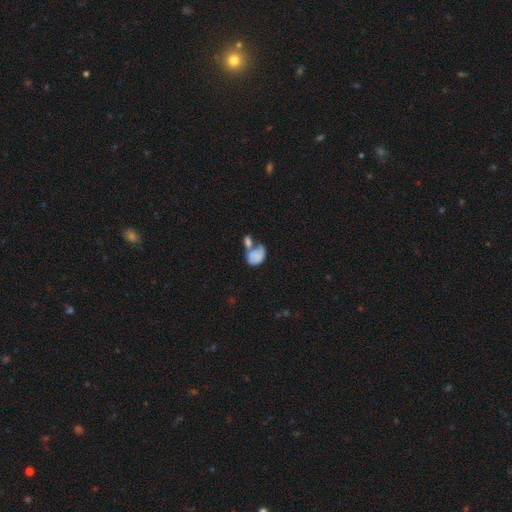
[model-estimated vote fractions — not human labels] Morphology: type=smooth (72%); roundness=in between (79%); merging=merger (55%).